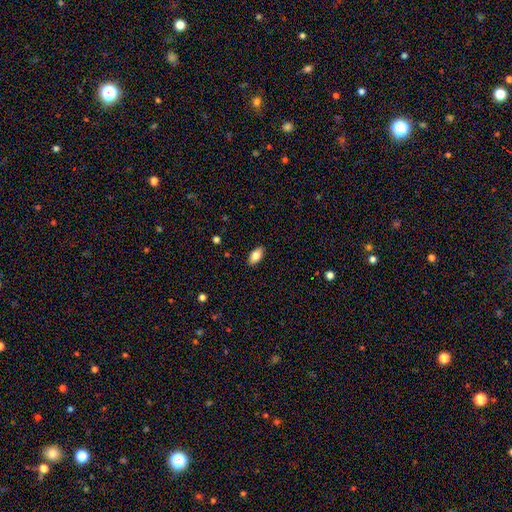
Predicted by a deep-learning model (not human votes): This appears to be a smooth galaxy with no disk features (82%) that is in between round and cigar-shaped (92%). Merging: none (89%).